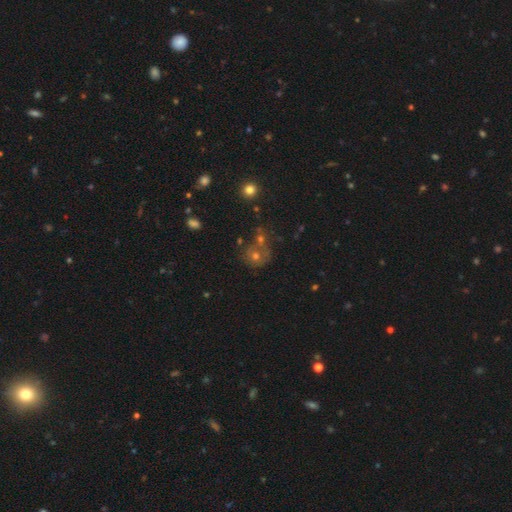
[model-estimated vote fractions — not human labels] Smooth or featured: smooth — 49% (star or artifact — 27%)
Merging: none — 44% (merger — 32%)